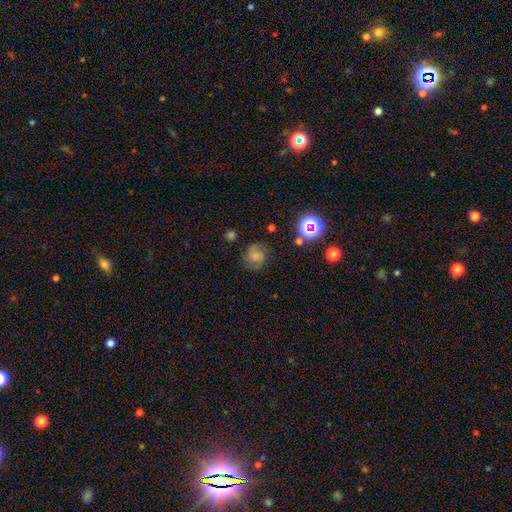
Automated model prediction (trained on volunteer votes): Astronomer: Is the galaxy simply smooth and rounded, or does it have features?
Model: featured or disk — 63%.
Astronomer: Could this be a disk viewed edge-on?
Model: no — 98%.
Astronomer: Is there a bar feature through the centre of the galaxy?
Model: no — 60%.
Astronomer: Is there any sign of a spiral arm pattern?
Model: yes — 94%.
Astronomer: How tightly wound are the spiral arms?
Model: medium — 51% (runner-up: tight, 32%).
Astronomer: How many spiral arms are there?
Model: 2 — 76%.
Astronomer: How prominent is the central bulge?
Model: small — 39% (runner-up: moderate, 28%).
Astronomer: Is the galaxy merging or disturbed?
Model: none — 74%.